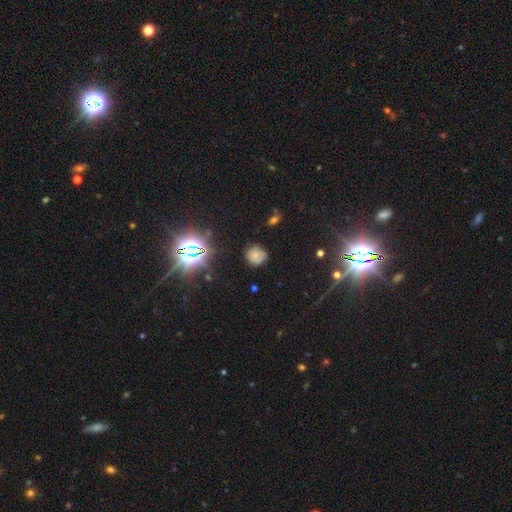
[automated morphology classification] A smooth galaxy with no disk features (60%) that is round (86%).

Vote fractions:
- Smooth or featured? smooth: 60% / star or artifact: 22% / featured or disk: 18%
- How rounded? round: 86% / in between: 13% / cigar-shaped: 1%
- Merging? none: 69% / minor disturbance: 22% / major disturbance: 6% / merger: 3%